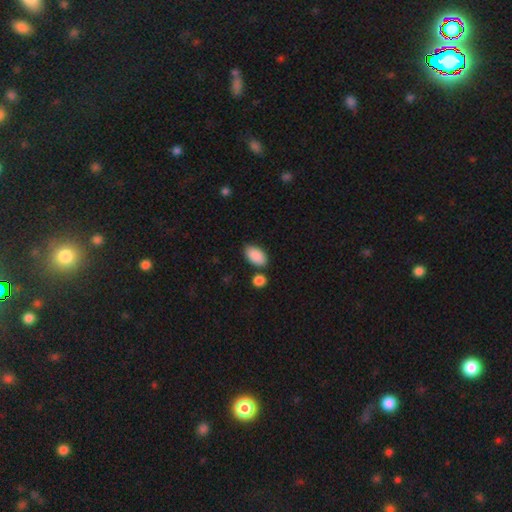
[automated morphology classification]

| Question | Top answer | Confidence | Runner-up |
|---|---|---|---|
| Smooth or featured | smooth | 90% | star or artifact (6%) |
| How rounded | in between | 94% | round (4%) |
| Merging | none | 76% | minor disturbance (13%) |